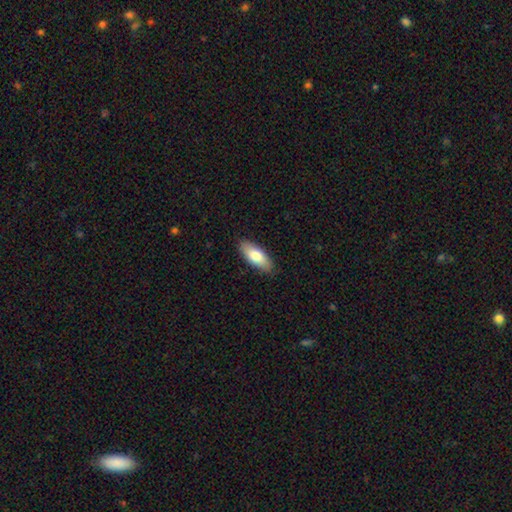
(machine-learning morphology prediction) smooth-or-featured: smooth: 79% | featured or disk: 16% | star or artifact: 5%
  how-rounded: in between: 80% | cigar-shaped: 19% | round: 2%
  merging: none: 87% | minor disturbance: 10% | major disturbance: 2% | merger: 1%